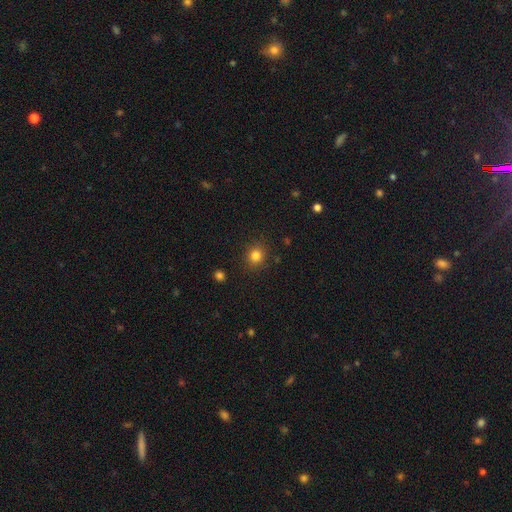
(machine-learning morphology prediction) This is clearly a smooth galaxy (82%). How rounded: clearly round (83%). Merging: clearly none (88%).